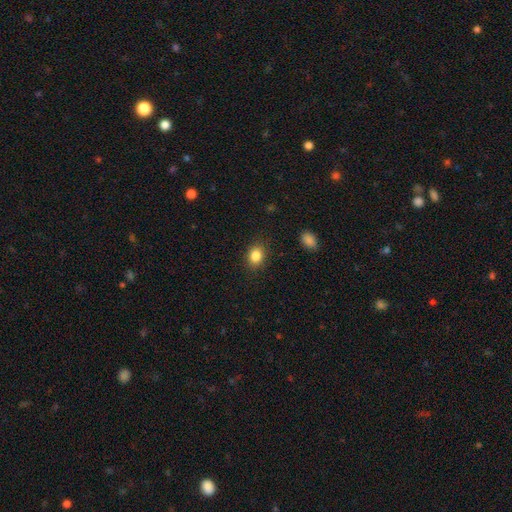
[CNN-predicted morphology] type=smooth (85%); roundness=in between (50%); merging=none (87%).